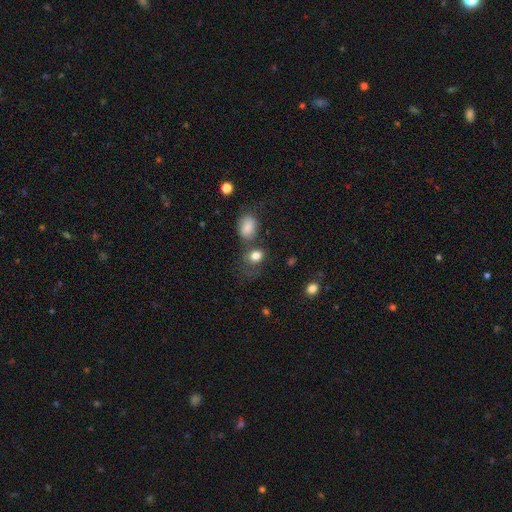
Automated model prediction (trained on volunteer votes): A smooth galaxy with no disk features (82%) that is in between round and cigar-shaped (52%).

Vote fractions:
- Smooth or featured? smooth: 82% / star or artifact: 11% / featured or disk: 7%
- How rounded? in between: 52% / round: 47% / cigar-shaped: 1%
- Merging? none: 51% / merger: 19% / minor disturbance: 19% / major disturbance: 11%